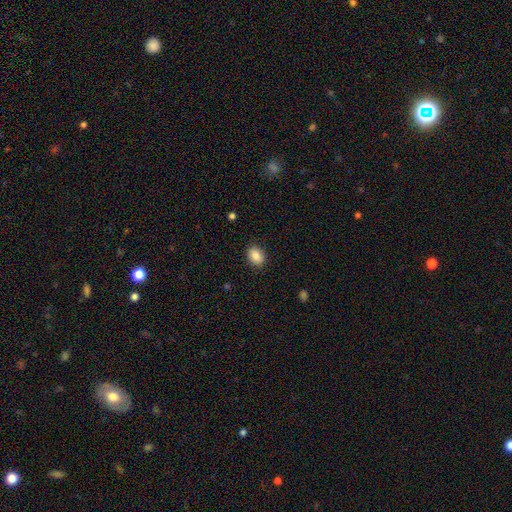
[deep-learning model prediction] Smooth or featured? smooth (87%)
How rounded? in between (66%)
Merging? none (89%)